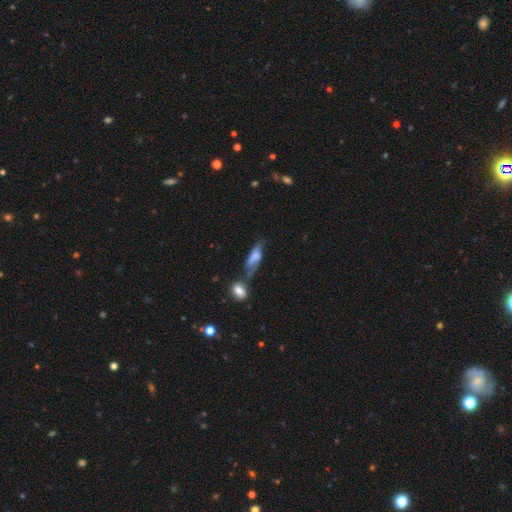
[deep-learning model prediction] Q: Smooth or featured?
A: smooth (59%); runner-up: featured or disk (32%)
Q: How rounded?
A: in between (62%); runner-up: cigar-shaped (34%)
Q: Merging?
A: none (35%); runner-up: merger (27%)